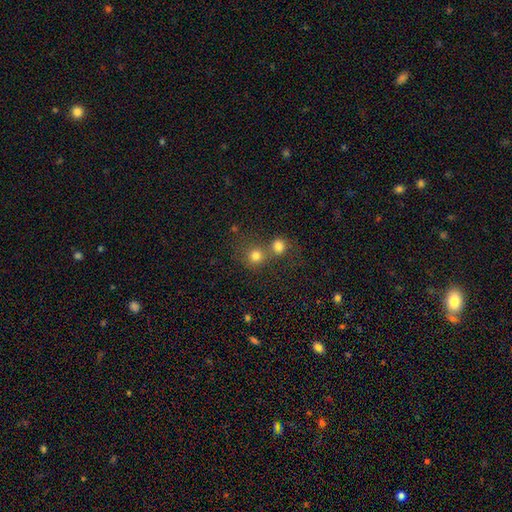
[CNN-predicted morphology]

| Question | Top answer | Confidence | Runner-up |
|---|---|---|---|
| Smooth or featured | smooth | 78% | star or artifact (14%) |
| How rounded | round | 86% | in between (13%) |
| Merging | none | 46% | merger (43%) |